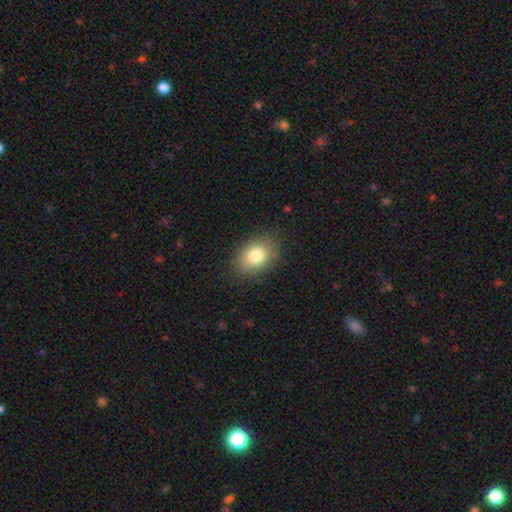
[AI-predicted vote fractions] smooth_or_featured: smooth (p=0.80) [alt: featured or disk p=0.11]
how_rounded: in between (p=0.78) [alt: round p=0.21]
merging: none (p=0.83) [alt: minor disturbance p=0.12]